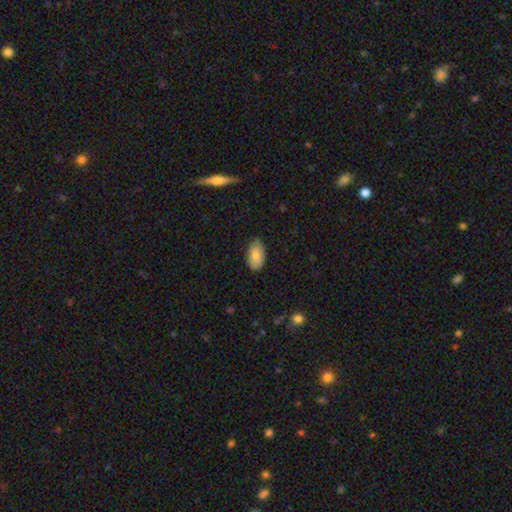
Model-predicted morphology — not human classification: Smooth or featured?
  - smooth: 82% *
  - featured or disk: 12%
  - star or artifact: 6%
How rounded?
  - in between: 94% *
  - round: 4%
  - cigar-shaped: 2%
Merging?
  - none: 78% *
  - minor disturbance: 18%
  - major disturbance: 3%
  - merger: 1%